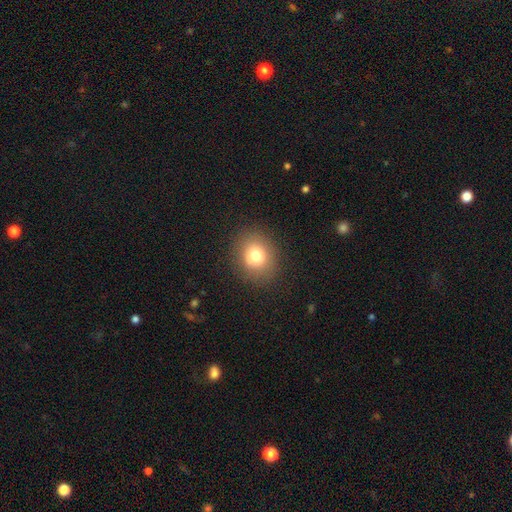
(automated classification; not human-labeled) smooth_or_featured: smooth (p=0.78) [alt: star or artifact p=0.12]
how_rounded: round (p=0.69) [alt: in between p=0.30]
merging: none (p=0.87) [alt: minor disturbance p=0.08]